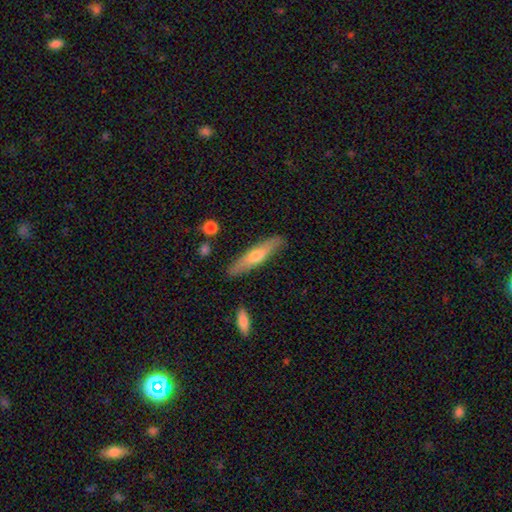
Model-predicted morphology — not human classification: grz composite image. It shows a smooth galaxy with no disk features (51%) that is cigar-shaped (83%). Merging: none (86%).